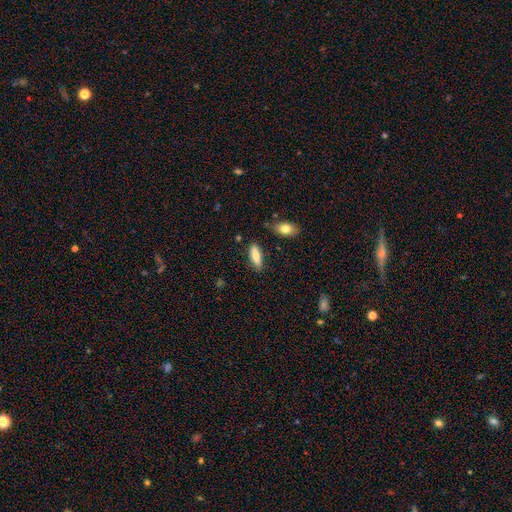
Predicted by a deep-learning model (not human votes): Smooth or featured: smooth — 81% (featured or disk — 13%)
How rounded: in between — 53% (cigar-shaped — 45%)
Merging: none — 83% (minor disturbance — 12%)